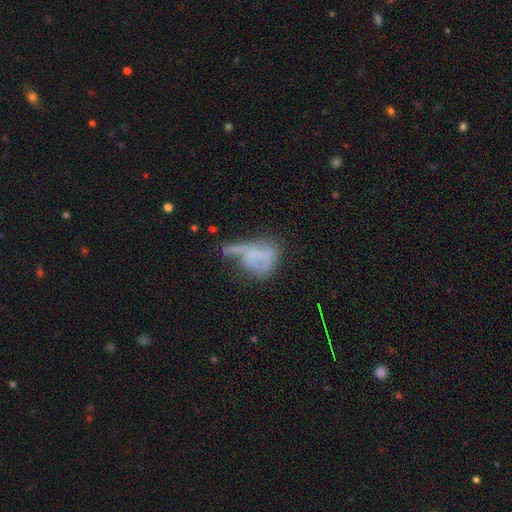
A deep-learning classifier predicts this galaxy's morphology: A featured or disk galaxy (48%). Merging: major disturbance (40%).